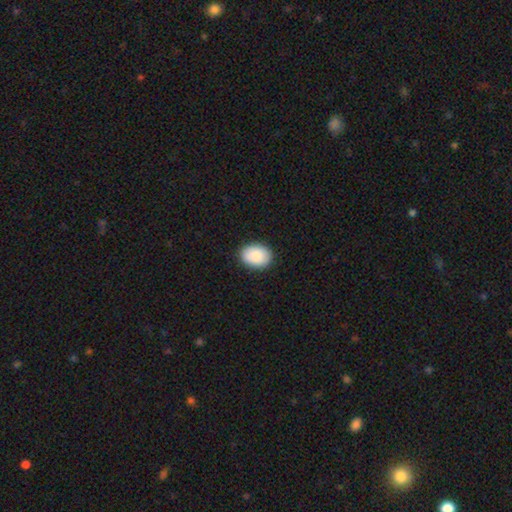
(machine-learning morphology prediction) Smooth or featured: smooth — 90% (star or artifact — 6%)
How rounded: in between — 78% (round — 21%)
Merging: none — 88% (minor disturbance — 9%)